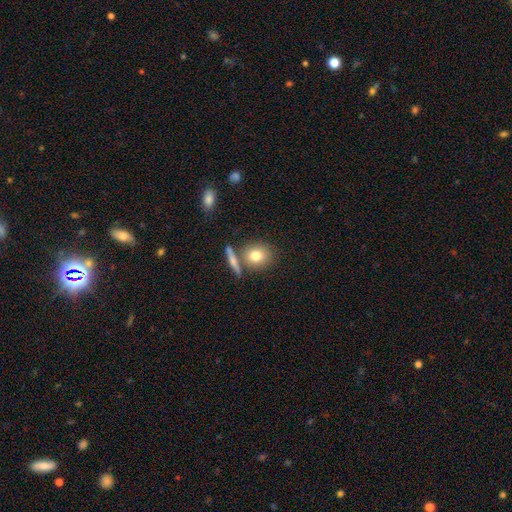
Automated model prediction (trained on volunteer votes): smooth_or_featured: smooth (p=0.77) [alt: featured or disk p=0.14]
how_rounded: round (p=0.74) [alt: in between p=0.23]
merging: none (p=0.68) [alt: merger p=0.19]